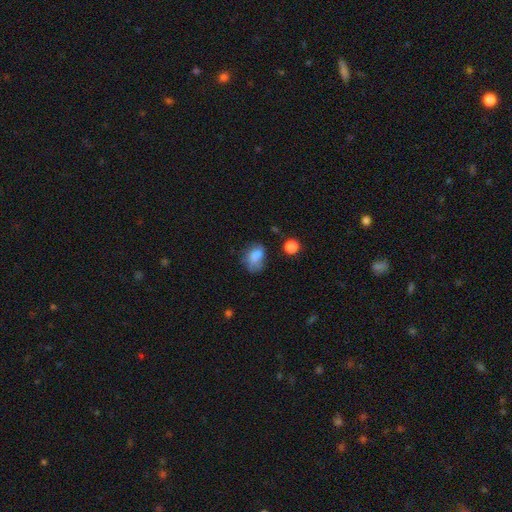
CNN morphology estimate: smooth 75%, featured or disk 14%, star or artifact 11%. Down the decision tree: how rounded — in between (77%); merging — none (41%).